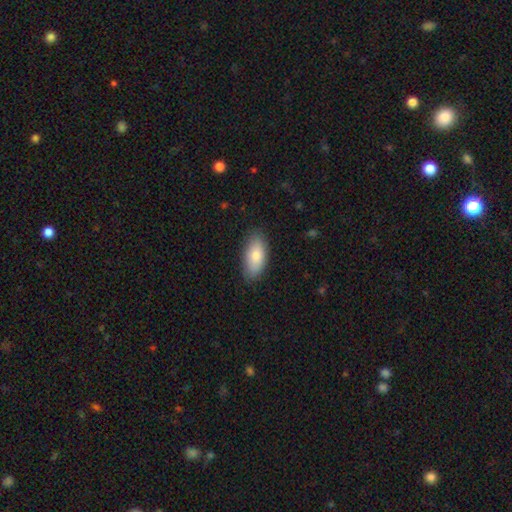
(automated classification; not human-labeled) Overall: smooth (81%). How rounded: in between (90%). Merging: none (85%).